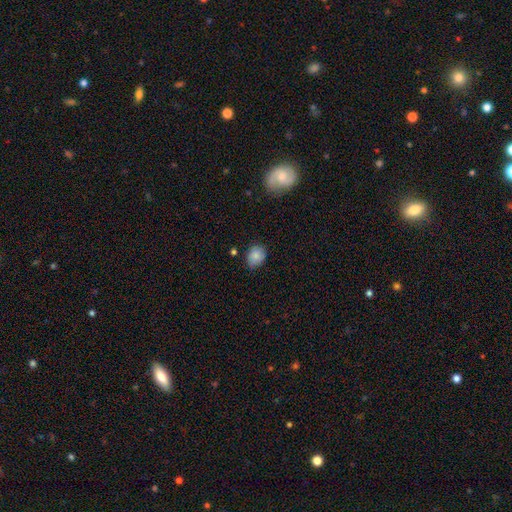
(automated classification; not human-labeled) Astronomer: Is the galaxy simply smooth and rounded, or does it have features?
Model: smooth — 84%.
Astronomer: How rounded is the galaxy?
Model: round — 54% (runner-up: in between, 45%).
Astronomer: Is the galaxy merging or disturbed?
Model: none — 73%.